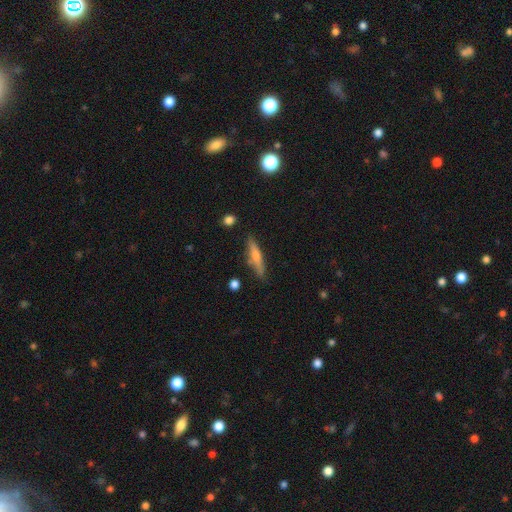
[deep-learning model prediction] Smooth or featured: featured or disk — 50% (smooth — 44%)
Merging: none — 83% (minor disturbance — 12%)